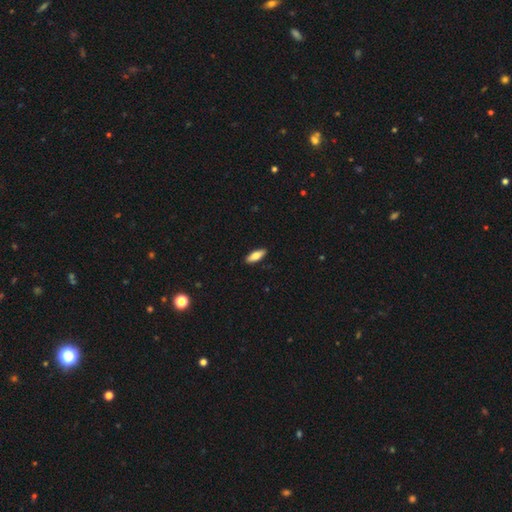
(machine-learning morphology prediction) A smooth galaxy with no disk features (72%) that is in between round and cigar-shaped (65%).

Vote fractions:
- Smooth or featured? smooth: 72% / featured or disk: 22% / star or artifact: 6%
- How rounded? in between: 65% / cigar-shaped: 33% / round: 2%
- Merging? none: 90% / minor disturbance: 7% / major disturbance: 2% / merger: 1%